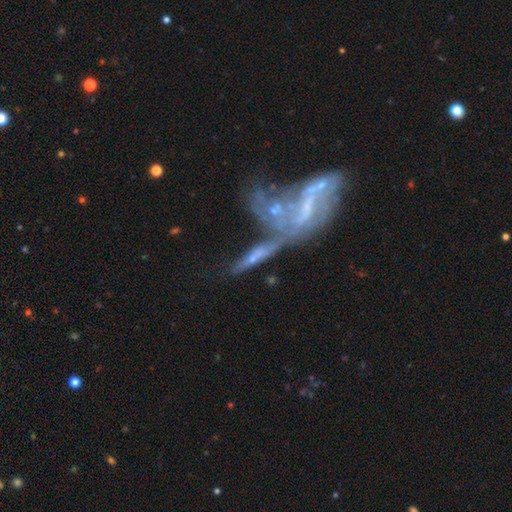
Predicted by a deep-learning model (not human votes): Morphology: type=featured or disk (60%); edge-on=no (57%); merging=merger (44%).